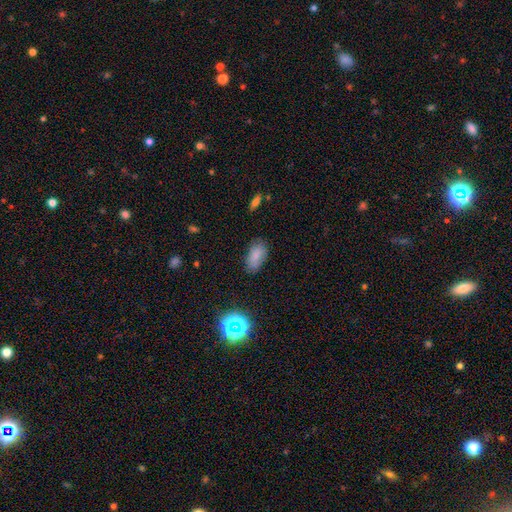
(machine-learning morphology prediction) Q: Smooth or featured?
A: smooth (79%); runner-up: star or artifact (11%)
Q: How rounded?
A: in between (92%); runner-up: round (4%)
Q: Merging?
A: none (79%); runner-up: minor disturbance (16%)